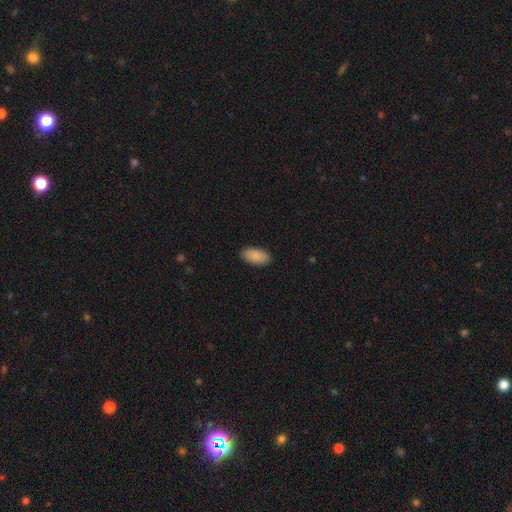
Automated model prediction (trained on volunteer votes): Overall: smooth (89%). How rounded: in between (94%). Merging: none (89%).